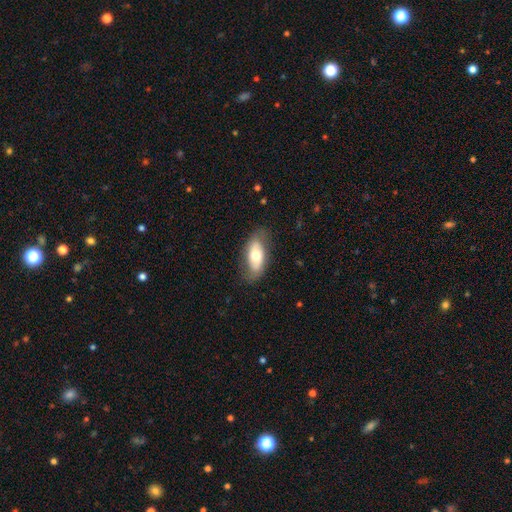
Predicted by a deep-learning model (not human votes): This is possibly a smooth galaxy (58%). How rounded: clearly in between (89%). Merging: likely none (74%).